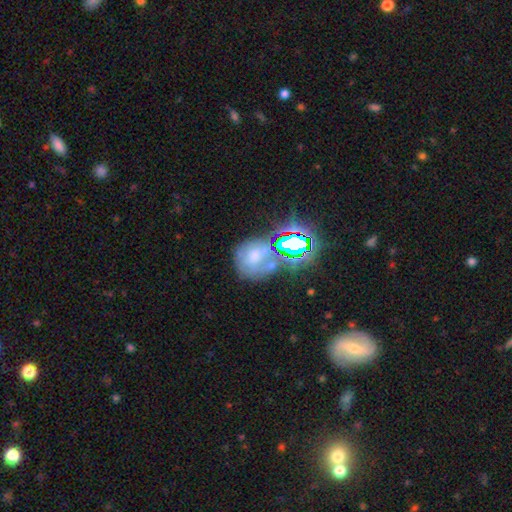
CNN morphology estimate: Smooth or featured: smooth — 41% (star or artifact — 33%)
Merging: none — 46% (merger — 23%)